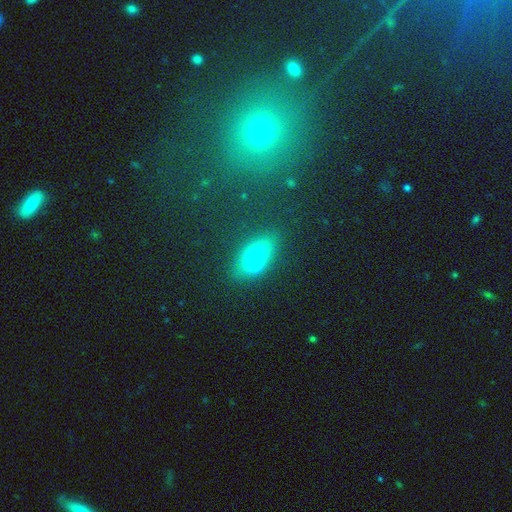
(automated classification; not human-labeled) Smooth or featured?
  - smooth: 59% *
  - featured or disk: 25%
  - star or artifact: 16%
How rounded?
  - in between: 62% *
  - round: 33%
  - cigar-shaped: 5%
Merging?
  - merger: 53% *
  - none: 35%
  - minor disturbance: 8%
  - major disturbance: 4%